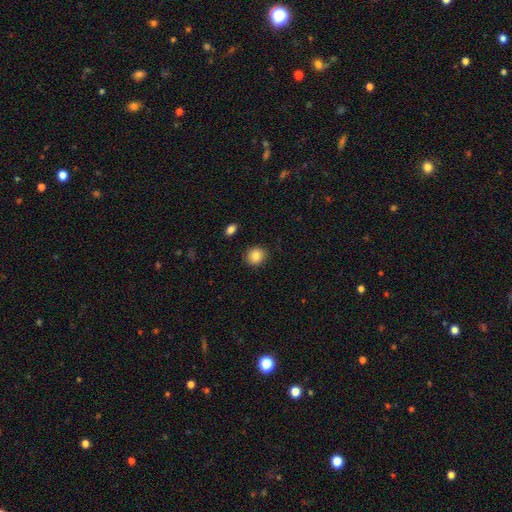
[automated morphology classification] Smooth or featured?
  - smooth: 86% *
  - star or artifact: 9%
  - featured or disk: 6%
How rounded?
  - round: 84% *
  - in between: 15%
  - cigar-shaped: 1%
Merging?
  - none: 89% *
  - minor disturbance: 7%
  - major disturbance: 2%
  - merger: 1%